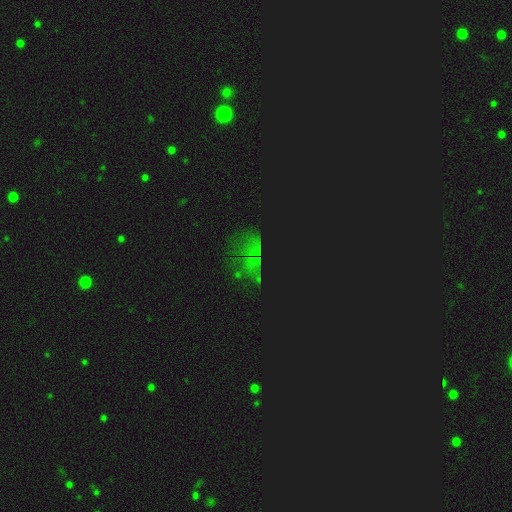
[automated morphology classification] Q: Smooth or featured?
A: star or artifact (64%); runner-up: smooth (20%)